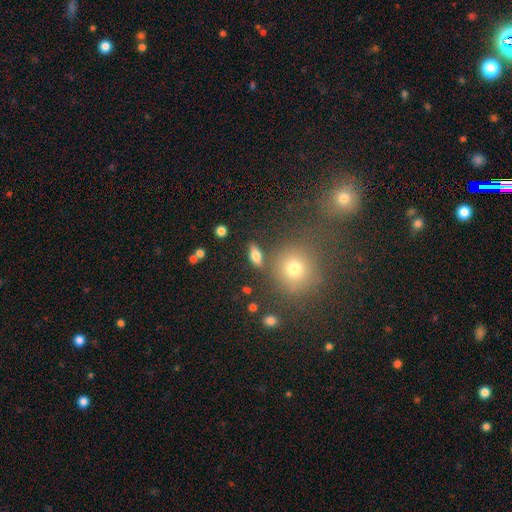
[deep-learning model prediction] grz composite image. It shows a smooth galaxy with no disk features (71%) that is in between round and cigar-shaped (74%). Merging: none (79%).